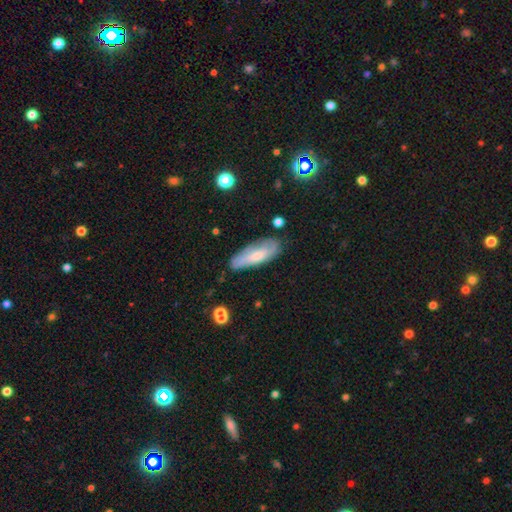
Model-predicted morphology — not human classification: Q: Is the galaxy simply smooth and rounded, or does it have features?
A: smooth — 59%.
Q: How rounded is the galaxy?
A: in between — 56%.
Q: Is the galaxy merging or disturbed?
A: none — 73%.